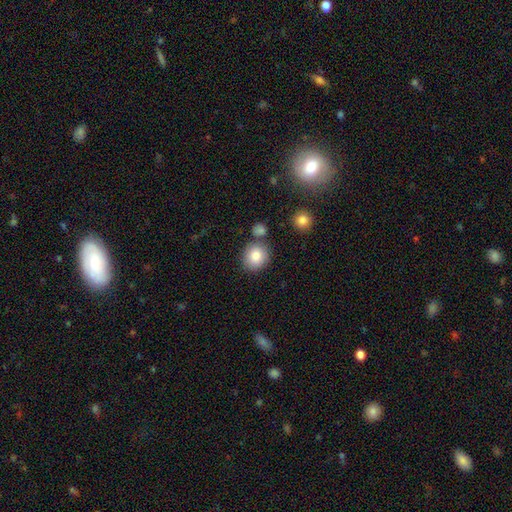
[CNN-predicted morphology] smooth-or-featured: smooth: 84% | star or artifact: 9% | featured or disk: 8%
  how-rounded: round: 80% | in between: 19% | cigar-shaped: 1%
  merging: none: 75% | merger: 12% | minor disturbance: 10% | major disturbance: 3%